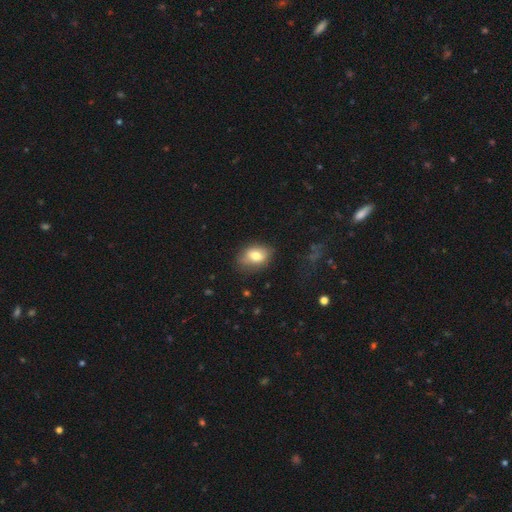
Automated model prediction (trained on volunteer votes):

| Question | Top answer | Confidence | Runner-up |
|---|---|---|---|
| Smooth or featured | smooth | 75% | featured or disk (17%) |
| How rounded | in between | 75% | round (24%) |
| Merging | none | 72% | minor disturbance (21%) |